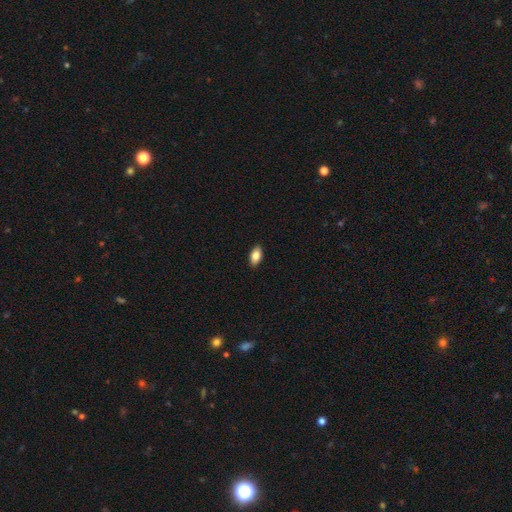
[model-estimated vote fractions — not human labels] This appears to be a smooth galaxy with no disk features (85%) that is in between round and cigar-shaped (92%). Merging: none (90%).